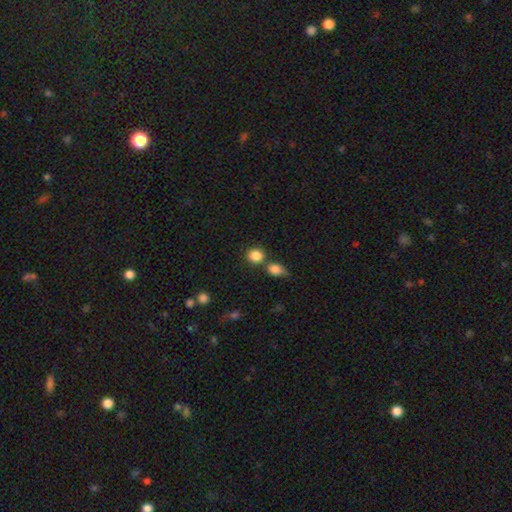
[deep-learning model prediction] A smooth galaxy with no disk features (85%) that is round (75%). Merging: none (60%).